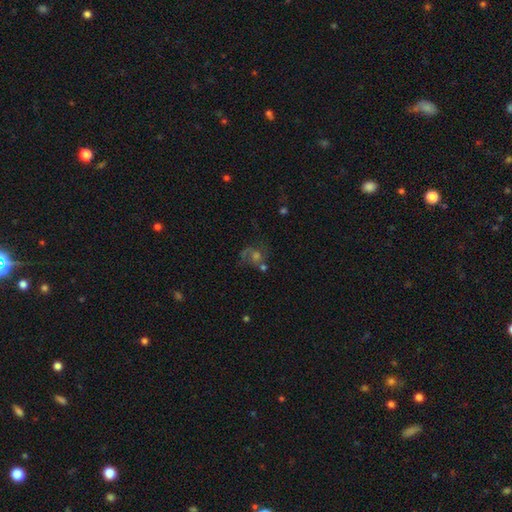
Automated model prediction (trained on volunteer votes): A featured or disk galaxy (50%). Merging: none (47%).